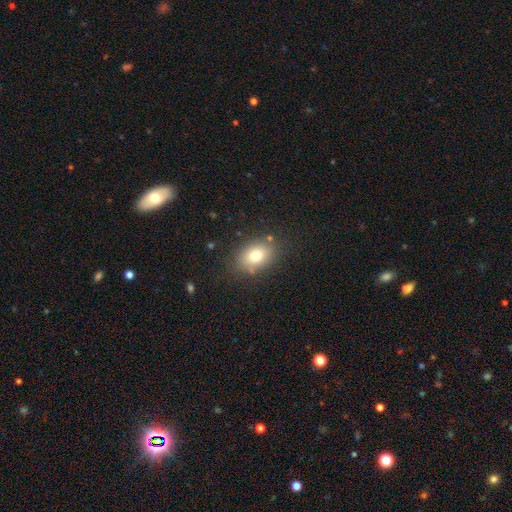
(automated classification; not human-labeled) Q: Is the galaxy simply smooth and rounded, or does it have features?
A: smooth — 76%.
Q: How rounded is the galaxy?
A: in between — 71%.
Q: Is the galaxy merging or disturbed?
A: none — 81%.